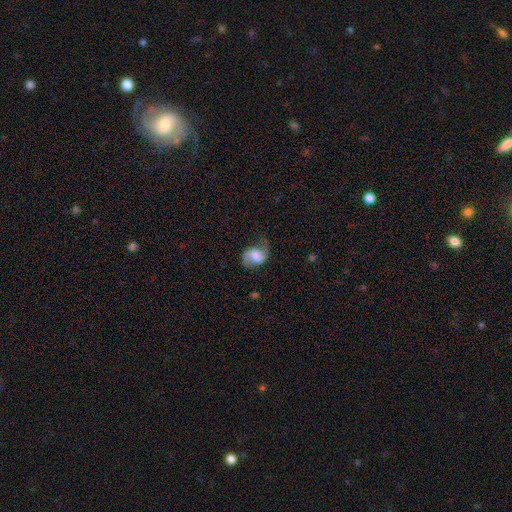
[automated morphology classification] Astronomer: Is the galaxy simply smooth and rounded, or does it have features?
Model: featured or disk — 75%.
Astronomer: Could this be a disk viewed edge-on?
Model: no — 98%.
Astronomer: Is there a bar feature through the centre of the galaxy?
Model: no — 46% (runner-up: weak, 44%).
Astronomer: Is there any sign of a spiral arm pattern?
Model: yes — 95%.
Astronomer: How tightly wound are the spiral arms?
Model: loose — 47% (runner-up: medium, 41%).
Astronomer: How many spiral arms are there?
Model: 2 — 86%.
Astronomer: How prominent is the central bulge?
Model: moderate — 33% (runner-up: large, 29%).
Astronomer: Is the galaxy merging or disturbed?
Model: none — 62%.